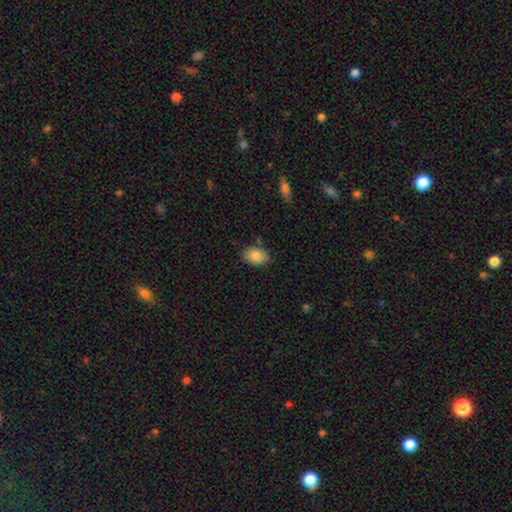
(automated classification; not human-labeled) Smooth or featured? Predicted: smooth (p=0.86). How rounded? Predicted: in between (p=0.86). Merging? Predicted: none (p=0.82).